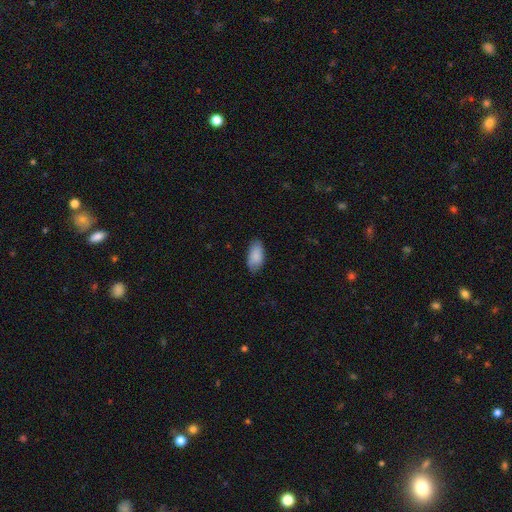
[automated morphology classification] This appears to be a smooth galaxy with no disk features (88%) that is in between round and cigar-shaped (93%). Merging: none (81%).